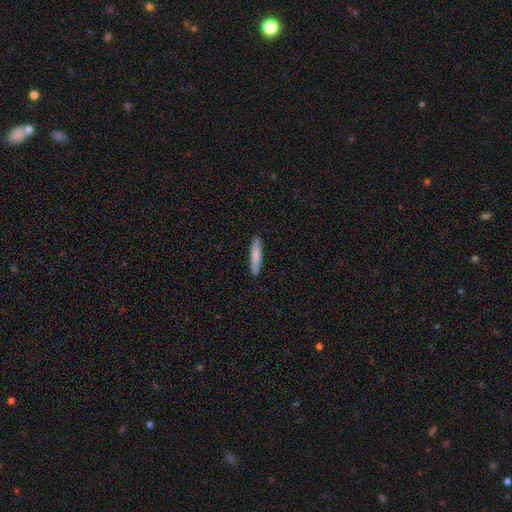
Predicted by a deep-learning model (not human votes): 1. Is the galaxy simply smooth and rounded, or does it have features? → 78% smooth, 17% featured or disk, 5% star or artifact.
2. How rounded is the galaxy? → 91% cigar-shaped, 8% in between, 1% round.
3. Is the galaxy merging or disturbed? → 90% none, 7% minor disturbance, 1% major disturbance, 1% merger.